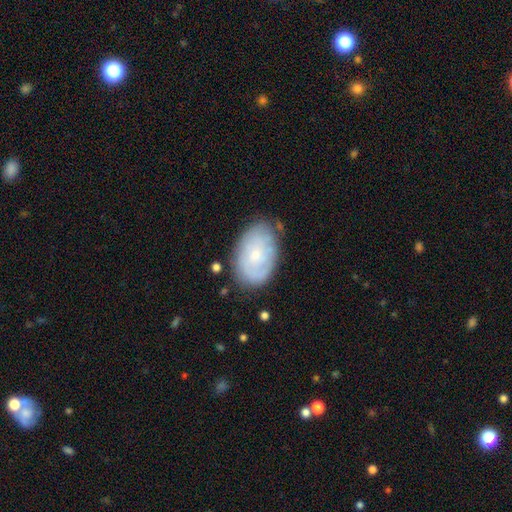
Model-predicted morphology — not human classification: type=featured or disk (54%); edge-on=no (95%); bar=no (80%); spiral arms=yes (71%); bulge=small (70%); merging=none (73%).